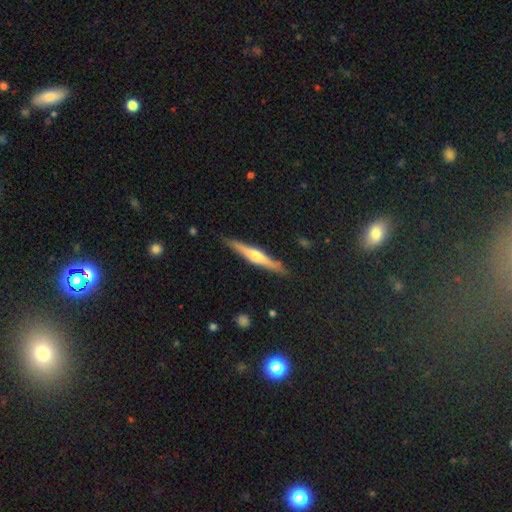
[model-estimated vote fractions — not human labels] A featured or disk galaxy (66%) viewed edge-on (97%) with a rounded central bulge (84%). Merging: none (88%).